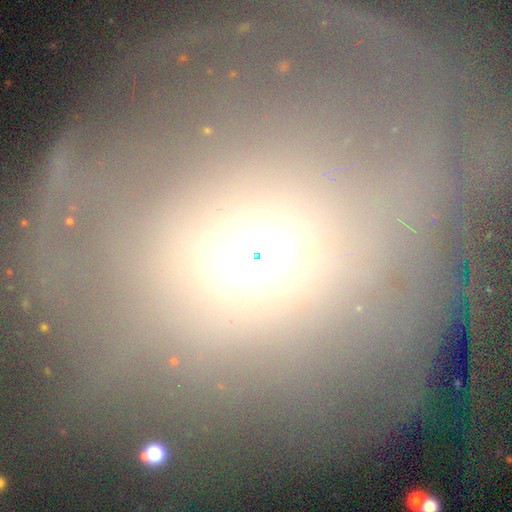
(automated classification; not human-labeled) A smooth galaxy with no disk features (56%) that is round (57%). Merging: none (74%).